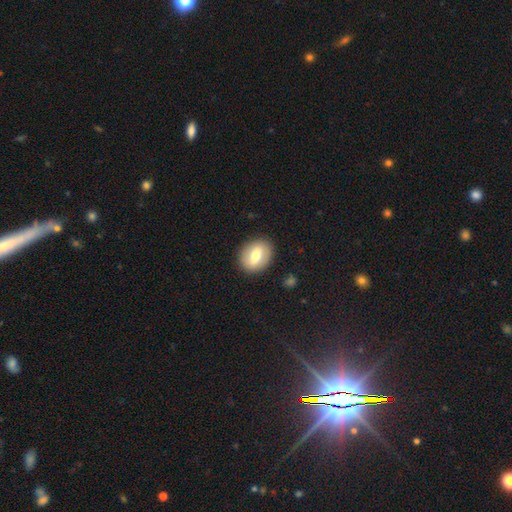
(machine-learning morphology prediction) smooth_or_featured: smooth (p=0.62) [alt: featured or disk p=0.31]
how_rounded: in between (p=0.53) [alt: round p=0.46]
merging: none (p=0.87) [alt: minor disturbance p=0.09]